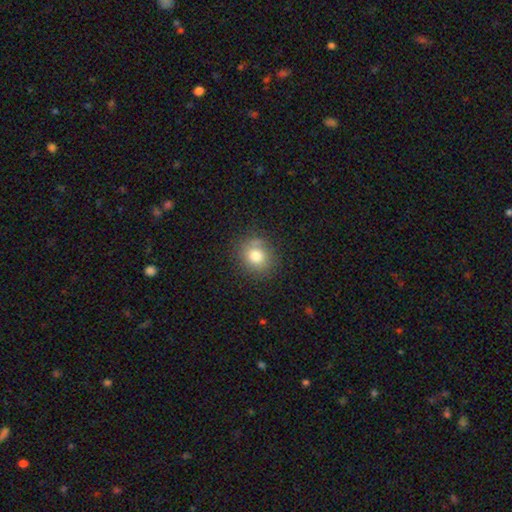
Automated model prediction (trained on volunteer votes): Smooth or featured? Predicted: smooth (p=0.79). How rounded? Predicted: round (p=0.77). Merging? Predicted: none (p=0.78).